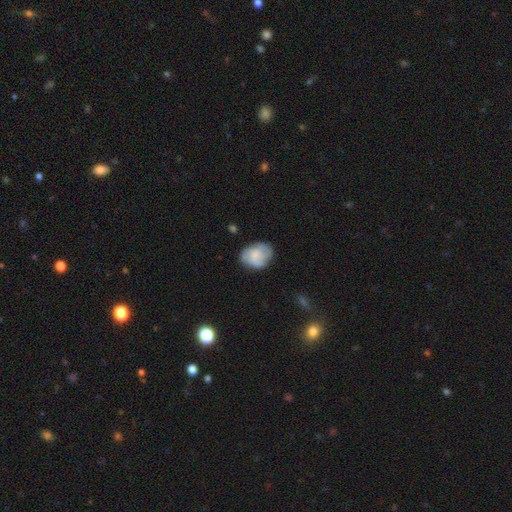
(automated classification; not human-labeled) This is possibly a smooth galaxy (58%). How rounded: possibly in between (59%). Merging: likely none (67%).